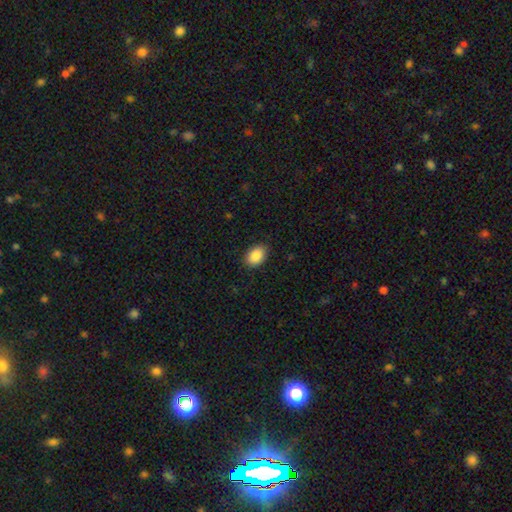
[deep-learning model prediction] Smooth or featured: smooth — 89% (star or artifact — 7%)
How rounded: in between — 84% (round — 15%)
Merging: none — 87% (minor disturbance — 10%)